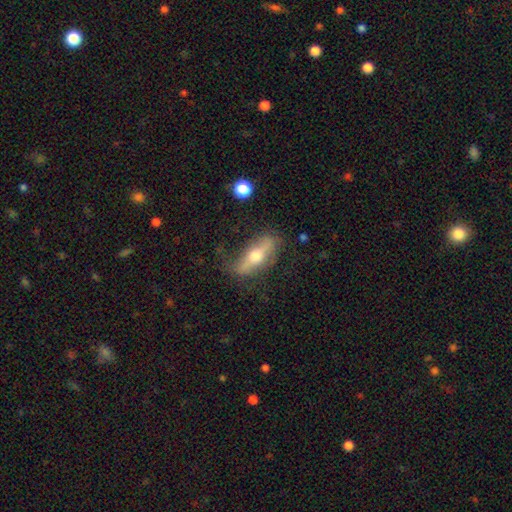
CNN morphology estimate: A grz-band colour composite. It shows a featured or disk galaxy (55%) viewed edge-on (65%). Merging: none (72%).